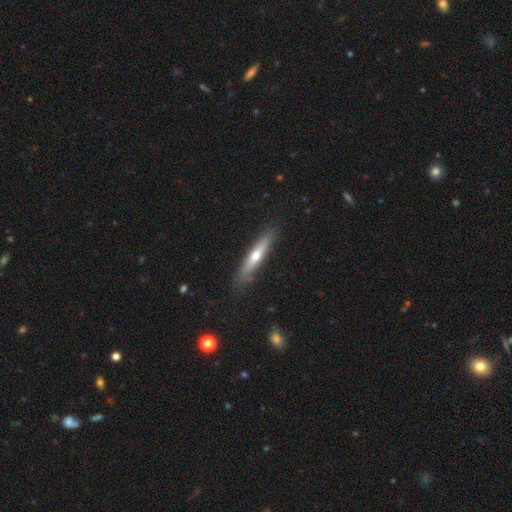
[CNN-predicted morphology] type=smooth (47%, tied with featured or disk); merging=none (83%).